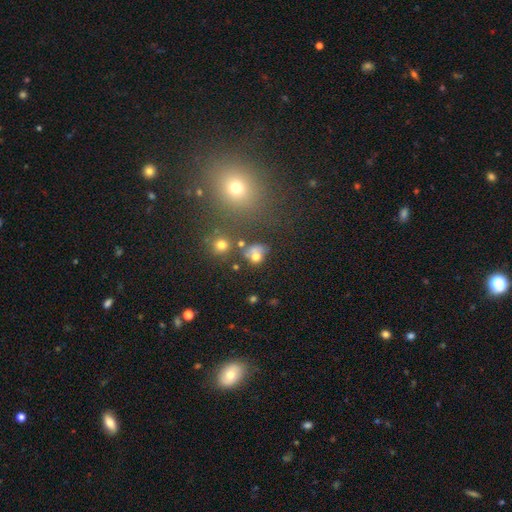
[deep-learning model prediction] Smooth or featured: smooth — 67% (star or artifact — 17%)
How rounded: round — 64% (in between — 35%)
Merging: none — 45% (merger — 25%)